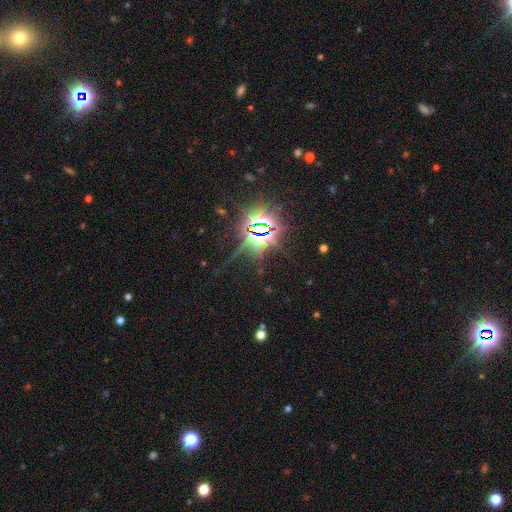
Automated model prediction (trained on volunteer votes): A star or artifact, not a galaxy (85%).

Vote fractions:
- Smooth or featured? star or artifact: 85% / featured or disk: 8% / smooth: 6%